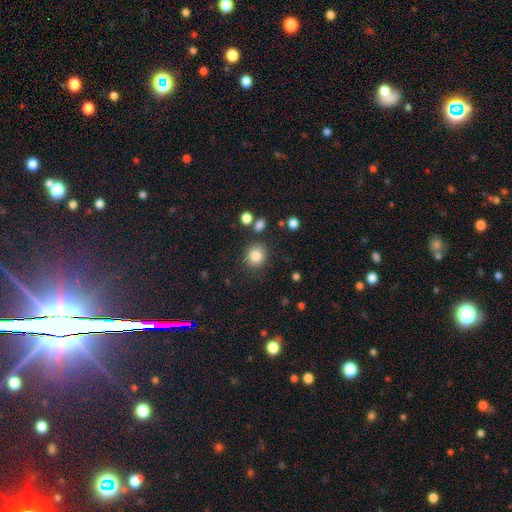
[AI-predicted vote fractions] Smooth or featured?
  - smooth: 83% *
  - star or artifact: 11%
  - featured or disk: 7%
How rounded?
  - round: 81% *
  - in between: 18%
  - cigar-shaped: 1%
Merging?
  - none: 83% *
  - minor disturbance: 9%
  - merger: 4%
  - major disturbance: 3%